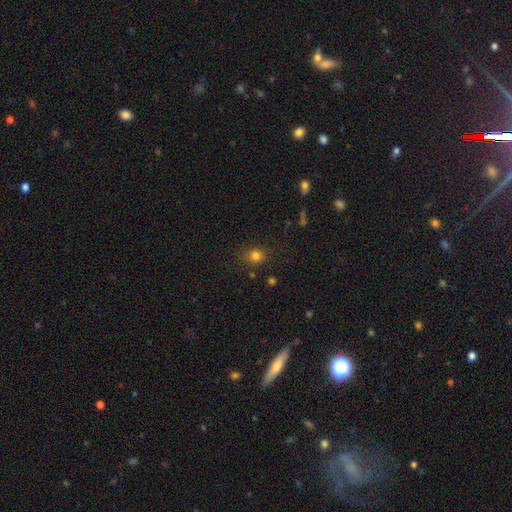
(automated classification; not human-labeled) Smooth or featured? Predicted: smooth (p=0.79). How rounded? Predicted: round (p=0.70). Merging? Predicted: none (p=0.80).